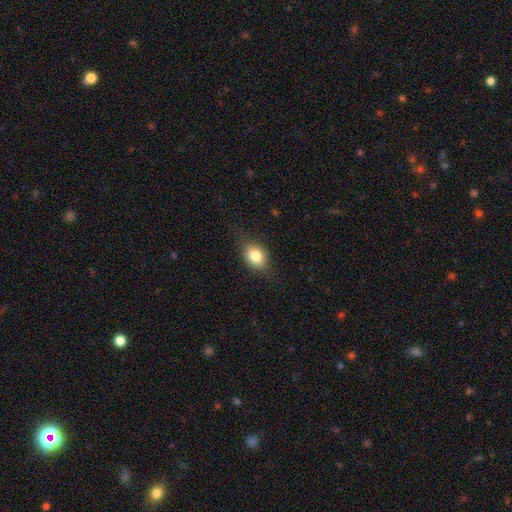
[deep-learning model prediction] Smooth or featured? smooth (78%)
How rounded? in between (68%)
Merging? none (75%)